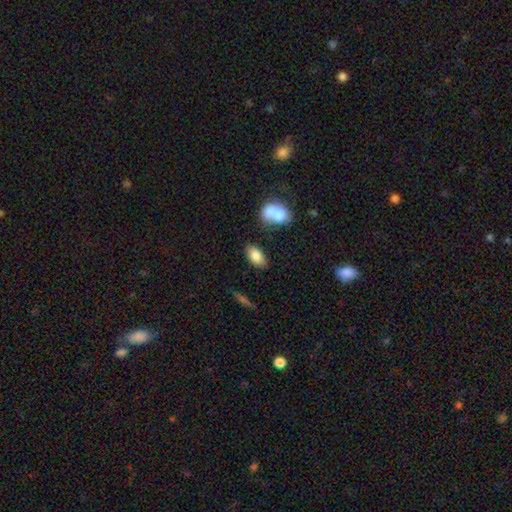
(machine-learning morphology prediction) Smooth or featured?
  - smooth: 83% *
  - featured or disk: 9%
  - star or artifact: 8%
How rounded?
  - in between: 92% *
  - round: 5%
  - cigar-shaped: 3%
Merging?
  - none: 75% *
  - minor disturbance: 12%
  - merger: 9%
  - major disturbance: 3%